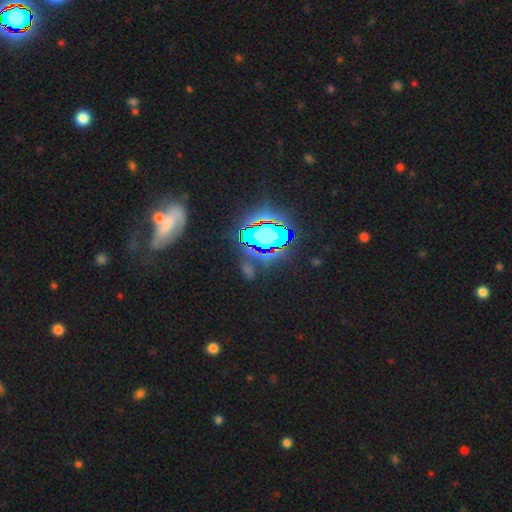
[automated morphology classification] type=star or artifact (76%).